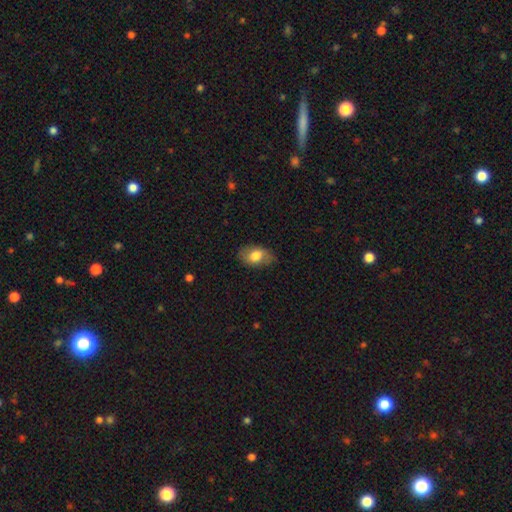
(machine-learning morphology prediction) Smooth or featured?
  - smooth: 74% *
  - featured or disk: 19%
  - star or artifact: 7%
How rounded?
  - in between: 89% *
  - round: 10%
  - cigar-shaped: 2%
Merging?
  - none: 76% *
  - minor disturbance: 18%
  - major disturbance: 4%
  - merger: 1%